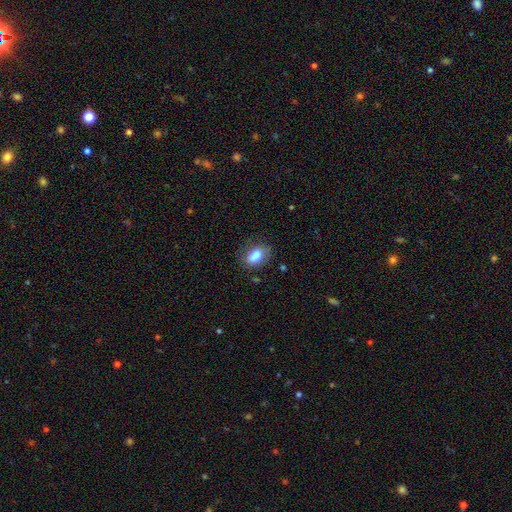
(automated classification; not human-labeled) A smooth galaxy with no disk features (82%) that is in between round and cigar-shaped (84%).

Vote fractions:
- Smooth or featured? smooth: 82% / featured or disk: 10% / star or artifact: 8%
- How rounded? in between: 84% / round: 13% / cigar-shaped: 3%
- Merging? none: 71% / minor disturbance: 20% / major disturbance: 6% / merger: 2%